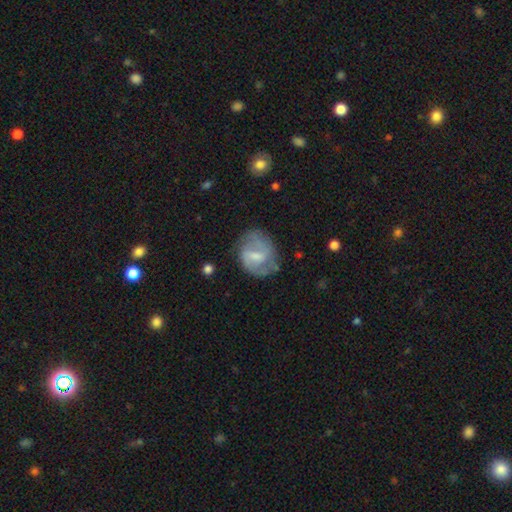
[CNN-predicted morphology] The model was most divided on "bulge size": small: 41%, moderate: 34%, none: 20%, large: 4%, dominant: 1%. Remaining: edge-on disk — no (97%); spiral arms — yes (87%); spiral arm count — 2 (75%); smooth or featured — featured or disk (72%); merging — none (66%); bar — weak (58%); spiral winding — medium (49%).